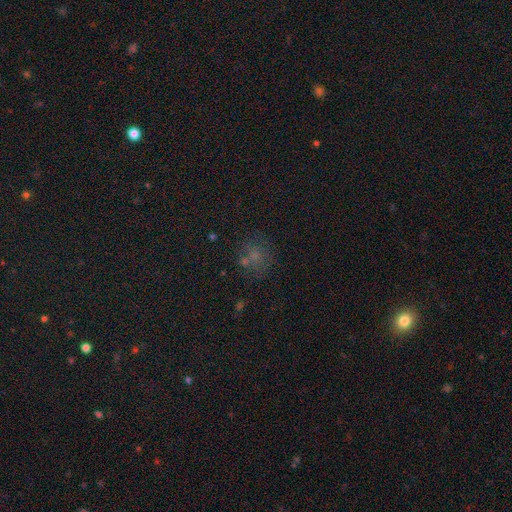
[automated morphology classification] Overall: smooth (53%; star or artifact 31%). How rounded: round (80%). Merging: none (64%).